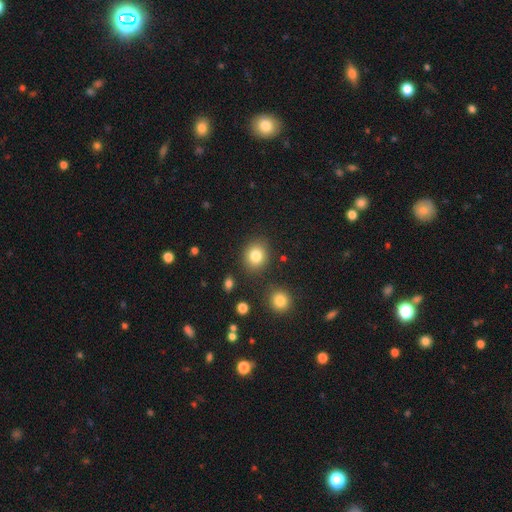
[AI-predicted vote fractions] Overall: smooth (82%). How rounded: round (72%). Merging: none (84%).